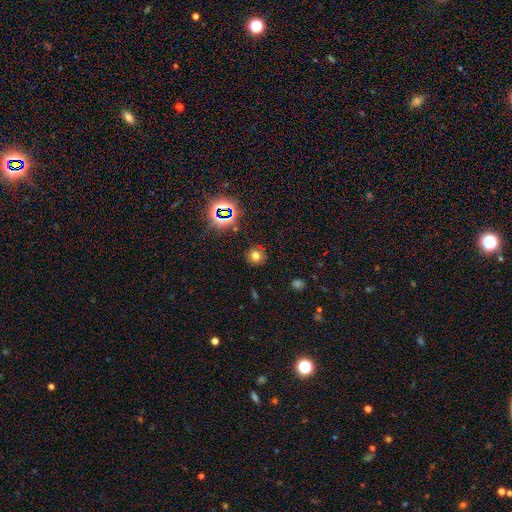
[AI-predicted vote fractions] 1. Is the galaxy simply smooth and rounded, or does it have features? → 67% smooth, 24% star or artifact, 9% featured or disk.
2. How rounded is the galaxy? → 88% round, 11% in between, 1% cigar-shaped.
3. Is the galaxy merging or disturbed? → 86% none, 8% minor disturbance, 3% major disturbance, 2% merger.